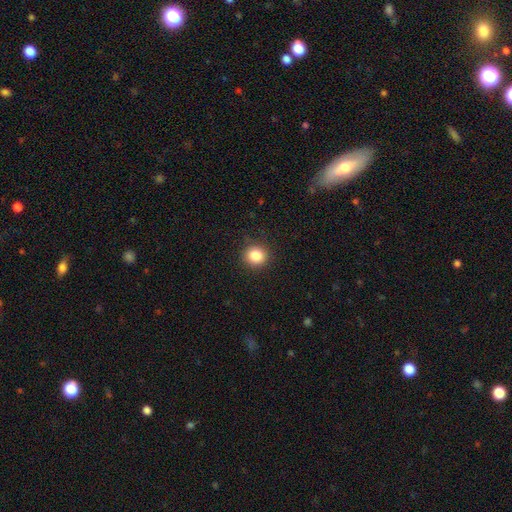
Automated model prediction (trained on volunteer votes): This is clearly a smooth galaxy (85%). How rounded: clearly round (88%). Merging: clearly none (89%).